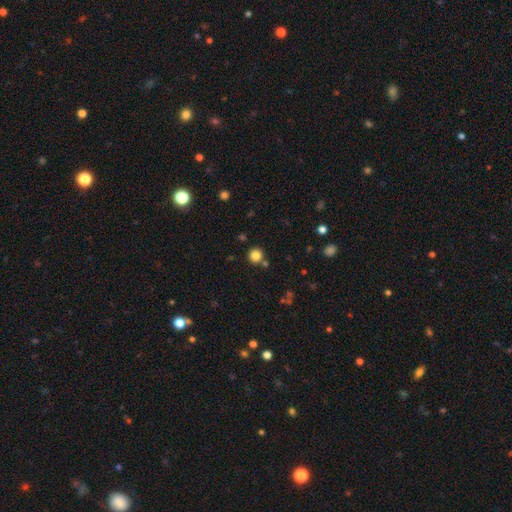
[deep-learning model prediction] This appears to be a smooth galaxy with no disk features (83%) that is round (94%). Merging: none (82%).